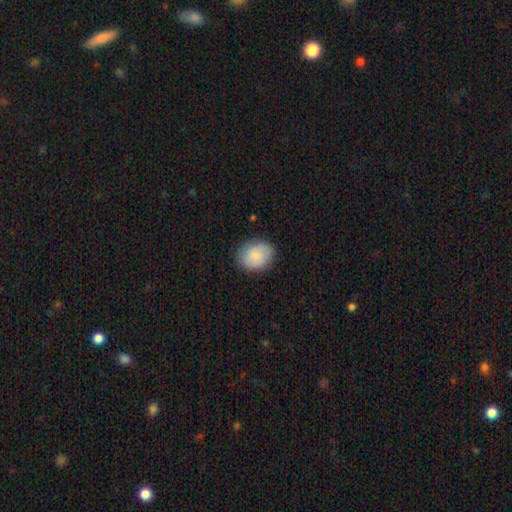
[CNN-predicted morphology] The model was most divided on "how rounded": in between: 58%, round: 41%, cigar-shaped: 1%. More confident: smooth or featured — smooth (84%); merging — none (81%).